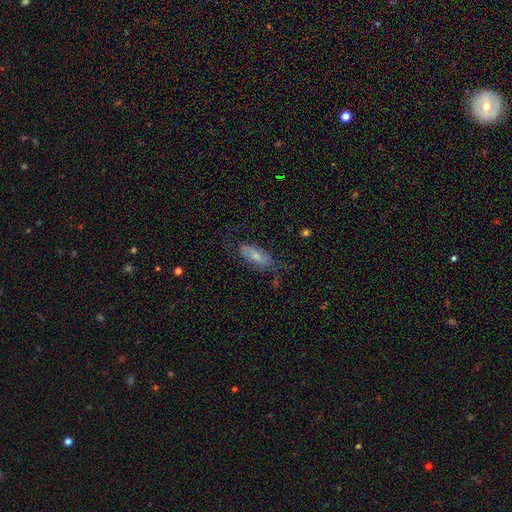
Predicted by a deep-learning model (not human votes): Smooth or featured? smooth (47%)
Merging? none (58%)